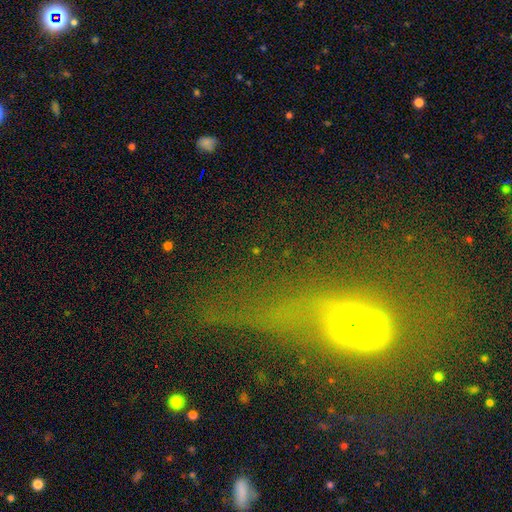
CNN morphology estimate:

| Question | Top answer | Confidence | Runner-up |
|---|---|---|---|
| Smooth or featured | featured or disk | 39% | smooth (32%) |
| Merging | merger | 41% | major disturbance (28%) |